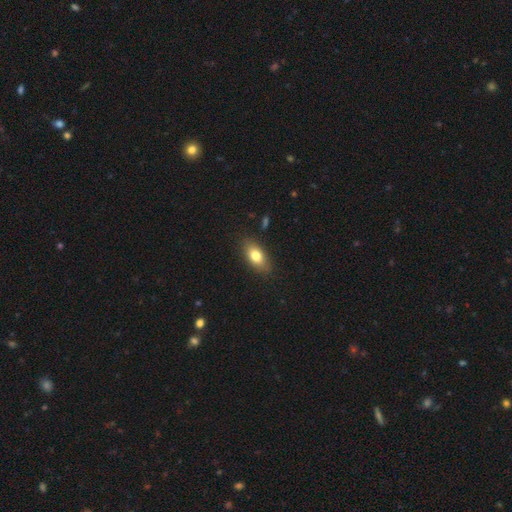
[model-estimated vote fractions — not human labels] A smooth galaxy with no disk features (77%) that is in between round and cigar-shaped (87%).

Vote fractions:
- Smooth or featured? smooth: 77% / featured or disk: 15% / star or artifact: 7%
- How rounded? in between: 87% / cigar-shaped: 8% / round: 6%
- Merging? none: 84% / minor disturbance: 12% / major disturbance: 3% / merger: 1%